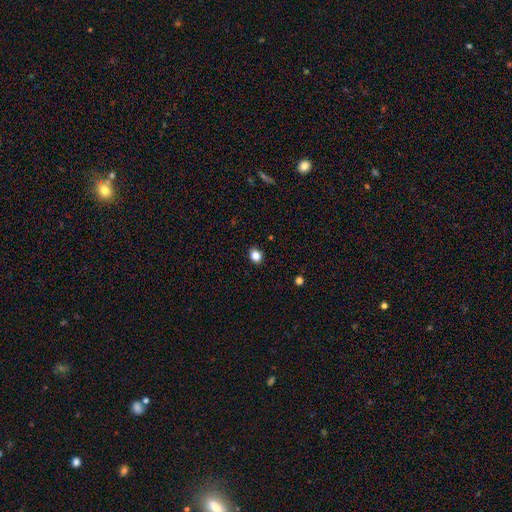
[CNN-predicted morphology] Overall: smooth (84%). How rounded: round (59%; in between 40%). Merging: none (90%).